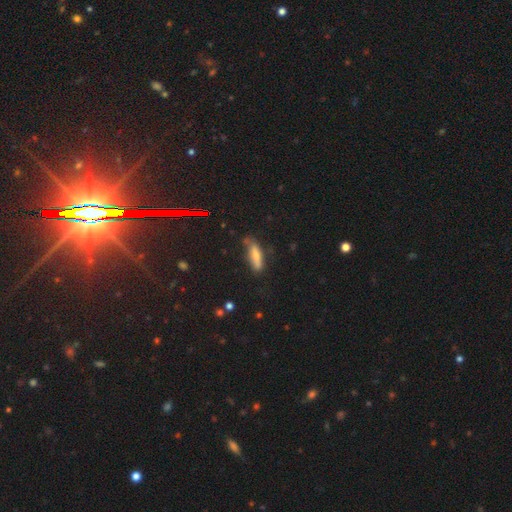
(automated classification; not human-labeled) smooth 70%, featured or disk 21%, star or artifact 9%. Down the decision tree: how rounded — cigar-shaped (62%); merging — none (65%).